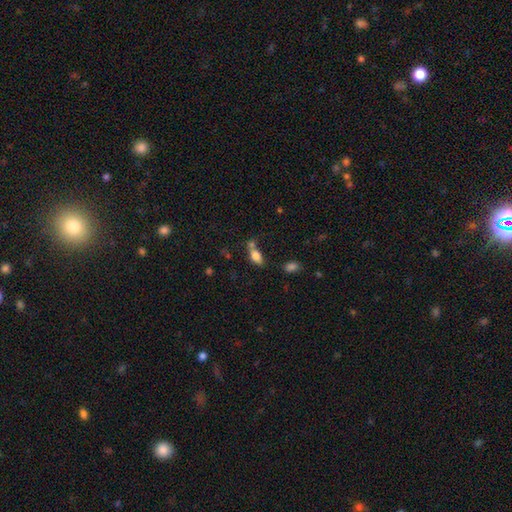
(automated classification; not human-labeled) A smooth galaxy with no disk features (79%) that is in between round and cigar-shaped (85%).

Vote fractions:
- Smooth or featured? smooth: 79% / featured or disk: 12% / star or artifact: 10%
- How rounded? in between: 85% / cigar-shaped: 7% / round: 7%
- Merging? none: 45% / merger: 33% / minor disturbance: 16% / major disturbance: 7%